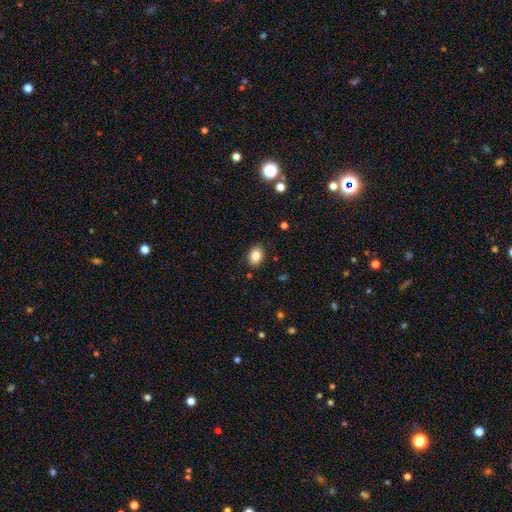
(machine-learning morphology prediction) The model was most divided on "how rounded": in between: 69%, round: 30%, cigar-shaped: 1%. More confident: merging — none (87%); smooth or featured — smooth (84%).